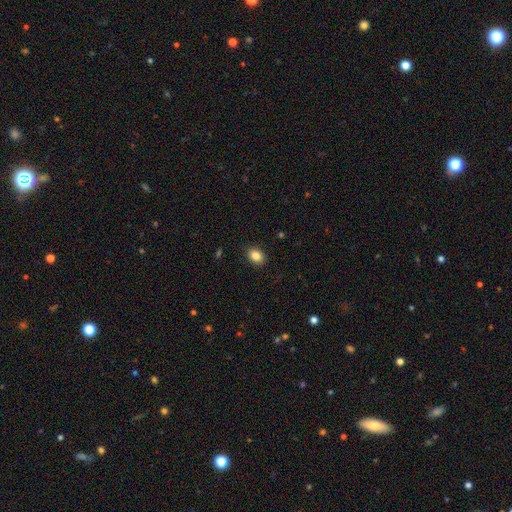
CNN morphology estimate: Smooth or featured: smooth — 86% (star or artifact — 9%)
How rounded: in between — 66% (round — 33%)
Merging: none — 90% (minor disturbance — 7%)